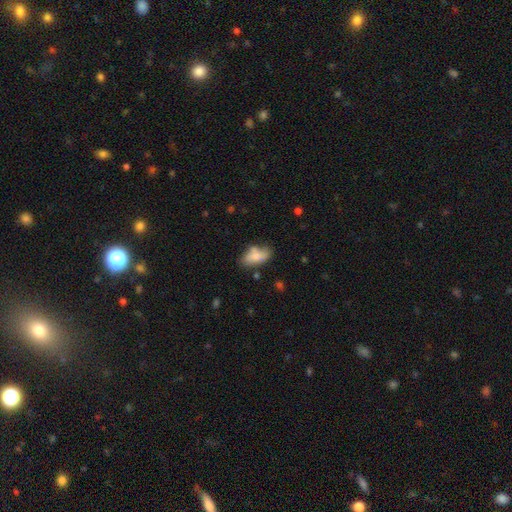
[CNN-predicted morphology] A smooth galaxy with no disk features (71%) that is in between round and cigar-shaped (89%). Merging: none (56%).